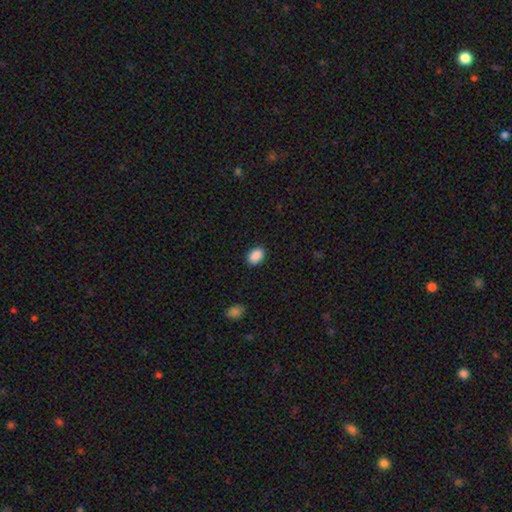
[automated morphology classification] The model was most divided on "how rounded": in between: 83%, round: 16%, cigar-shaped: 1%. More confident: smooth or featured — smooth (90%); merging — none (89%).